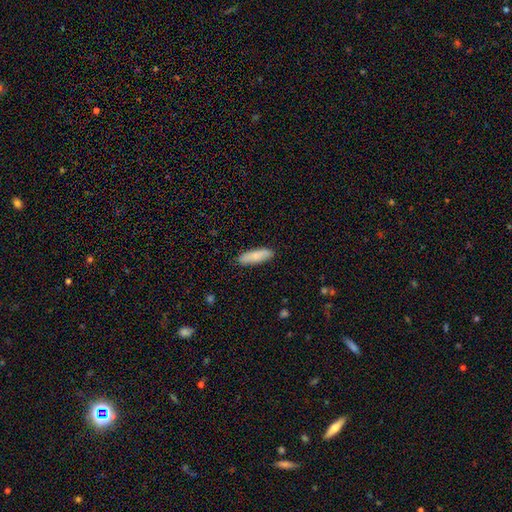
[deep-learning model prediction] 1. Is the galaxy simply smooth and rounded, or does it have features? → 82% smooth, 12% featured or disk, 6% star or artifact.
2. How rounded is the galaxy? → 52% cigar-shaped, 46% in between, 2% round.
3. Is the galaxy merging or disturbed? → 88% none, 9% minor disturbance, 2% major disturbance, 1% merger.